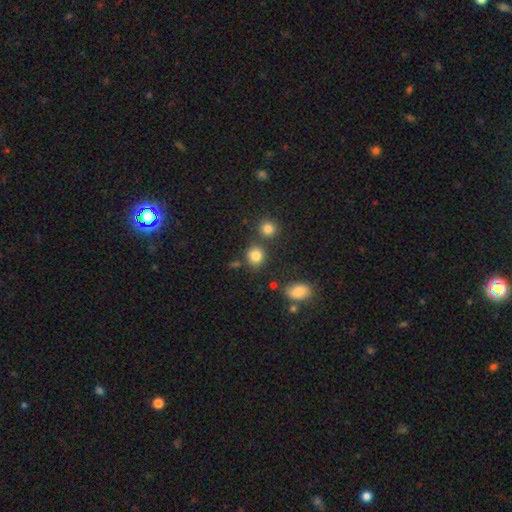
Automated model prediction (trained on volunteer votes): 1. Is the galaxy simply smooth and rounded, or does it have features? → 83% smooth, 12% star or artifact, 5% featured or disk.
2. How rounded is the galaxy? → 80% round, 19% in between, 1% cigar-shaped.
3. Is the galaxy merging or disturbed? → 76% none, 11% merger, 10% minor disturbance, 3% major disturbance.